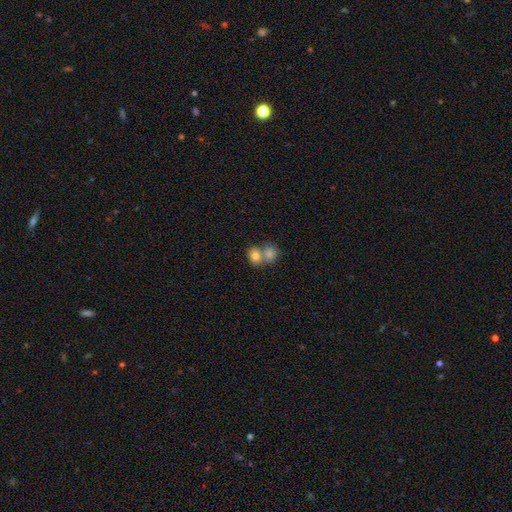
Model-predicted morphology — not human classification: Smooth or featured? smooth (80%)
How rounded? round (63%)
Merging? merger (60%)